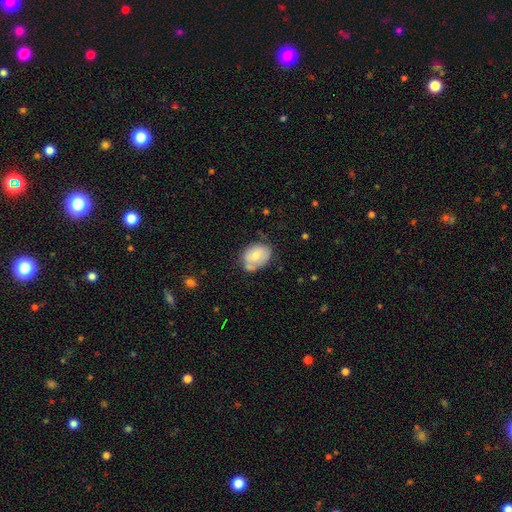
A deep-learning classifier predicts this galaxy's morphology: type=smooth (63%); roundness=in between (68%); merging=none (51%).